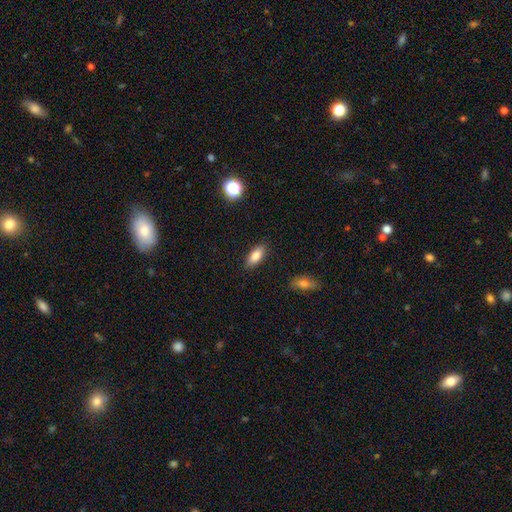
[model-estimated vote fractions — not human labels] Smooth or featured? smooth (82%)
How rounded? in between (82%)
Merging? none (87%)